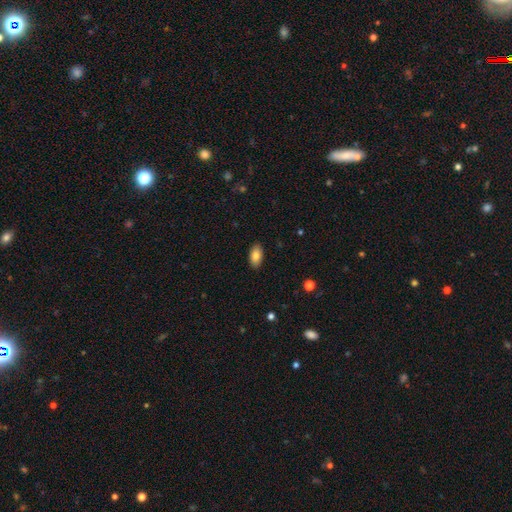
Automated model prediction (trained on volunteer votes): Smooth or featured? Predicted: smooth (p=0.83). How rounded? Predicted: in between (p=0.93). Merging? Predicted: none (p=0.89).